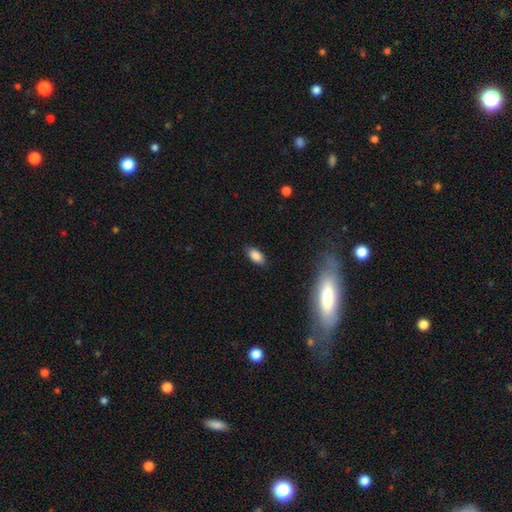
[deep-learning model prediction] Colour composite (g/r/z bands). It shows a smooth galaxy with no disk features (86%) that is in between round and cigar-shaped (91%). Merging: none (84%).